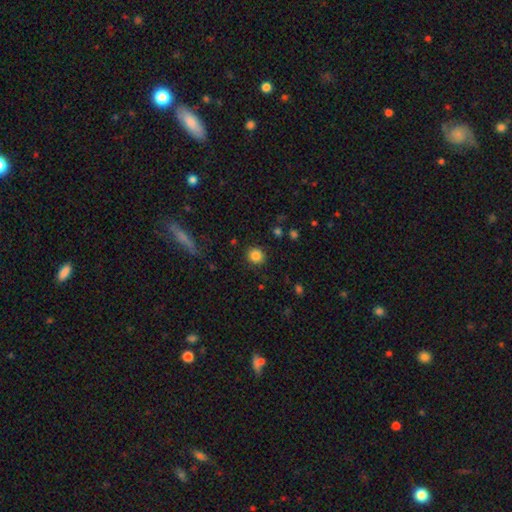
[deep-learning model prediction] Smooth or featured? smooth (84%)
How rounded? round (87%)
Merging? none (89%)